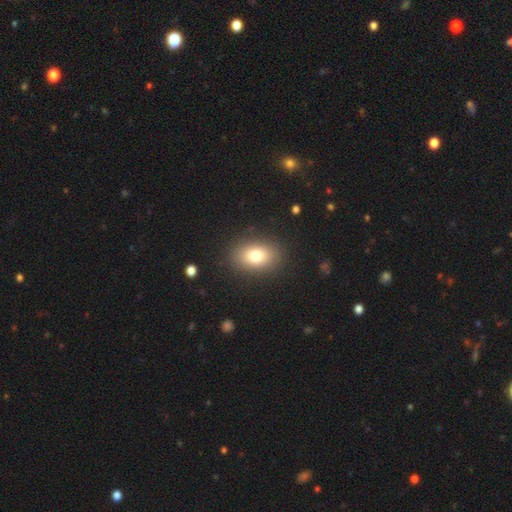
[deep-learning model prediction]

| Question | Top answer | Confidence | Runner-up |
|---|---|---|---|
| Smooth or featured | smooth | 78% | featured or disk (12%) |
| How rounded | in between | 76% | round (23%) |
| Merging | none | 87% | minor disturbance (8%) |